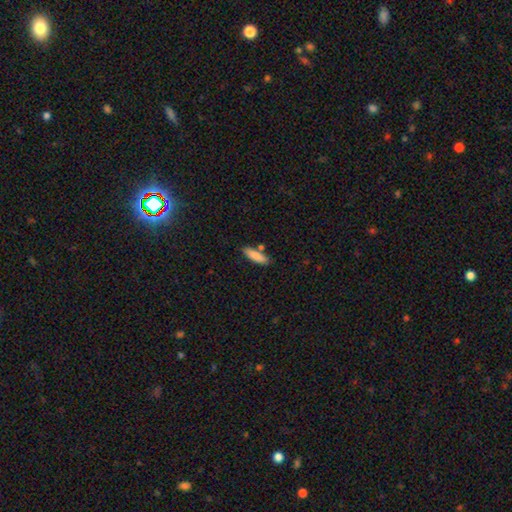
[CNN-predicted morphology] A smooth galaxy with no disk features (86%) that is cigar-shaped (56%). Merging: none (78%).